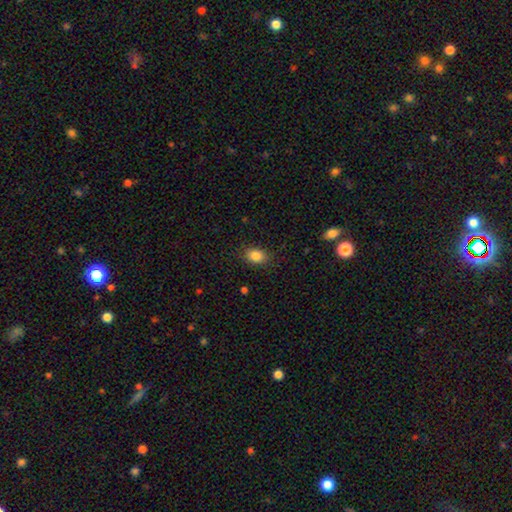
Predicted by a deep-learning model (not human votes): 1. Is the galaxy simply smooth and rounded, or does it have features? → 86% smooth, 10% star or artifact, 5% featured or disk.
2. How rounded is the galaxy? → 67% in between, 32% round, 1% cigar-shaped.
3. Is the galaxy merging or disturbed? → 87% none, 10% minor disturbance, 3% major disturbance, 1% merger.